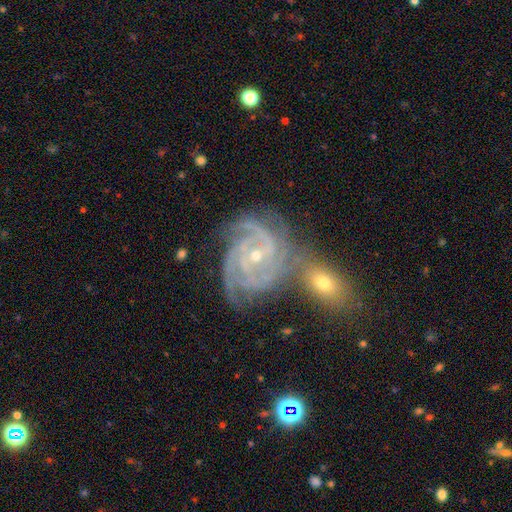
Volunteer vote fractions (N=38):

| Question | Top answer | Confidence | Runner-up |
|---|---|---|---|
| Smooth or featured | featured or disk | 95% | smooth (3%) |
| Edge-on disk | no | 97% | yes (3%) |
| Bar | no | 49% | weak (43%) |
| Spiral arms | yes | 100% | — |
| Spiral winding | tight | 57% | medium (34%) |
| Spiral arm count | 4 | 40% | 3 (26%) |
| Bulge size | small | 63% | moderate (31%) |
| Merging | none | 49% | minor disturbance (30%) |